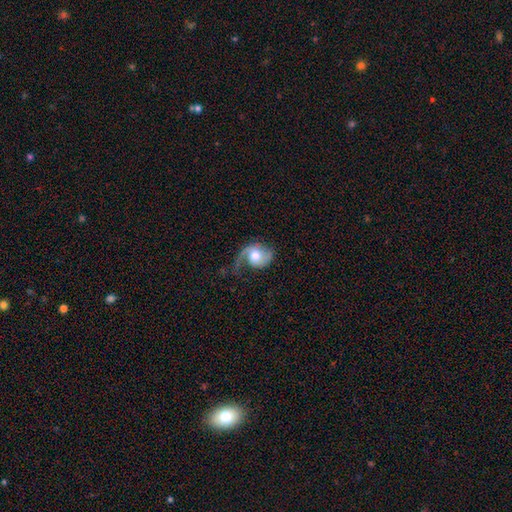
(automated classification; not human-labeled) Smooth or featured?
  - featured or disk: 66% *
  - smooth: 28%
  - star or artifact: 6%
Edge-on disk?
  - no: 97% *
  - yes: 3%
Bar?
  - no: 71% *
  - weak: 25%
  - strong: 5%
Spiral arms?
  - yes: 91% *
  - no: 9%
Spiral winding?
  - loose: 51% *
  - medium: 34%
  - tight: 14%
Spiral arm count?
  - 1: 55% *
  - 2: 40%
  - can't tell: 3%
  - 3: 1%
  - 4: 1%
  - more than 4: 1%
Bulge size?
  - moderate: 60% *
  - large: 25%
  - small: 10%
  - dominant: 3%
  - none: 2%
Merging?
  - none: 38% *
  - major disturbance: 34%
  - minor disturbance: 25%
  - merger: 3%